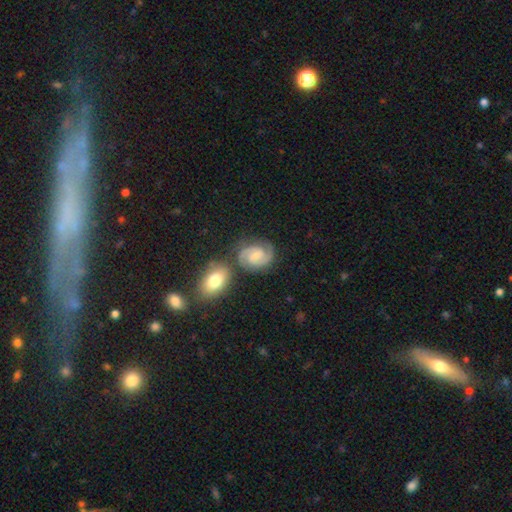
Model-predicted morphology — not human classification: This is clearly a featured or disk galaxy (82%). It is clearly not viewed edge-on (98%). Bar: possibly weak (48%). Spiral arm pattern: clearly yes (97%). Spiral arm count: clearly 2 (89%). Spiral winding: possibly medium (48%). Central bulge: possibly small (53%). Merging: likely none (68%).